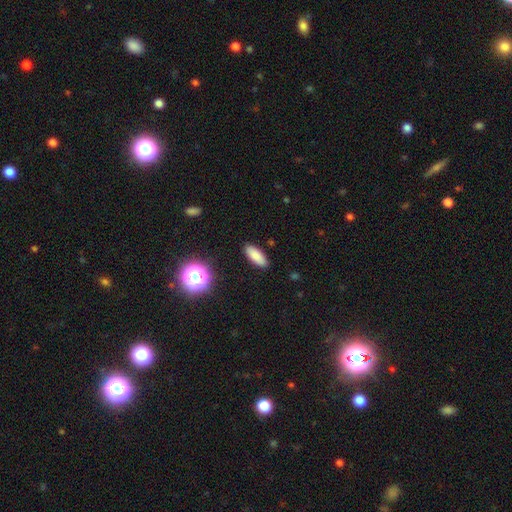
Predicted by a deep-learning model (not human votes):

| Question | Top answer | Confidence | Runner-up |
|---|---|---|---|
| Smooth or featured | smooth | 84% | star or artifact (9%) |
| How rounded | in between | 75% | cigar-shaped (22%) |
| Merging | none | 89% | minor disturbance (8%) |